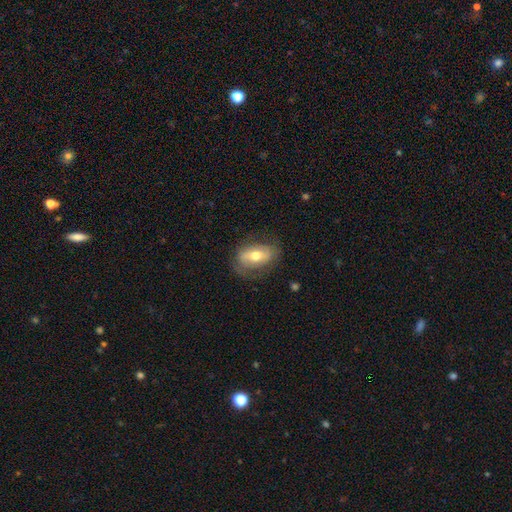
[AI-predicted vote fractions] The model was most divided on "smooth or featured": smooth: 53%, featured or disk: 40%, star or artifact: 7%. More confident: how rounded — in between (85%); merging — none (72%).